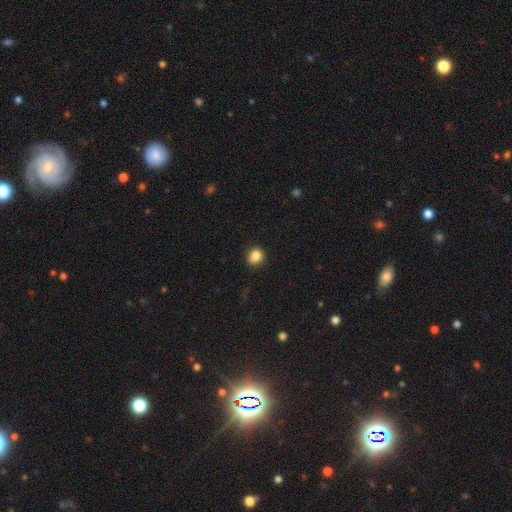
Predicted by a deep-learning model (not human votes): Smooth or featured?
  - smooth: 85% *
  - star or artifact: 10%
  - featured or disk: 5%
How rounded?
  - round: 71% *
  - in between: 28%
  - cigar-shaped: 1%
Merging?
  - none: 86% *
  - minor disturbance: 10%
  - major disturbance: 2%
  - merger: 1%